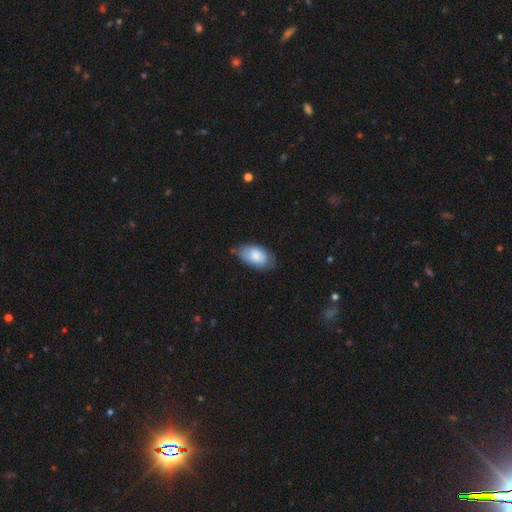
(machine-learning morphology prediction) Q: Smooth or featured?
A: smooth (78%); runner-up: featured or disk (16%)
Q: How rounded?
A: in between (94%); runner-up: round (4%)
Q: Merging?
A: none (62%); runner-up: minor disturbance (30%)